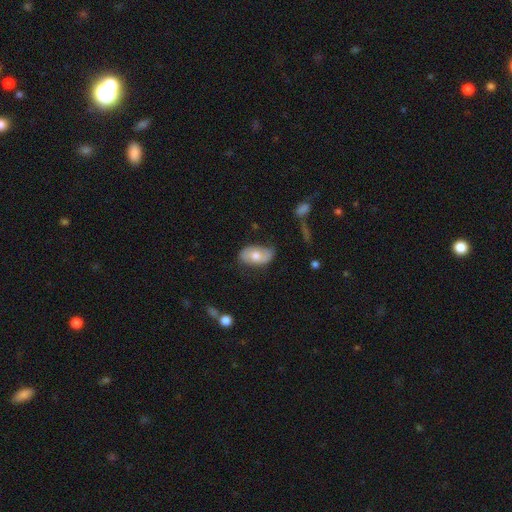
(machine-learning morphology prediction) Smooth or featured? smooth (61%)
How rounded? in between (93%)
Merging? none (69%)